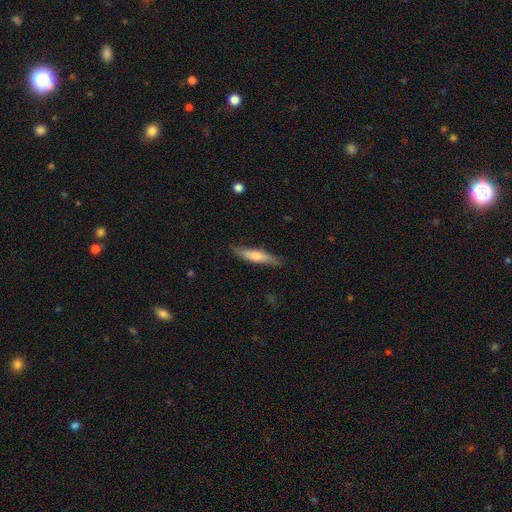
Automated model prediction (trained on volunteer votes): Smooth or featured? Predicted: smooth (p=0.57). How rounded? Predicted: cigar-shaped (p=0.85). Merging? Predicted: none (p=0.85).